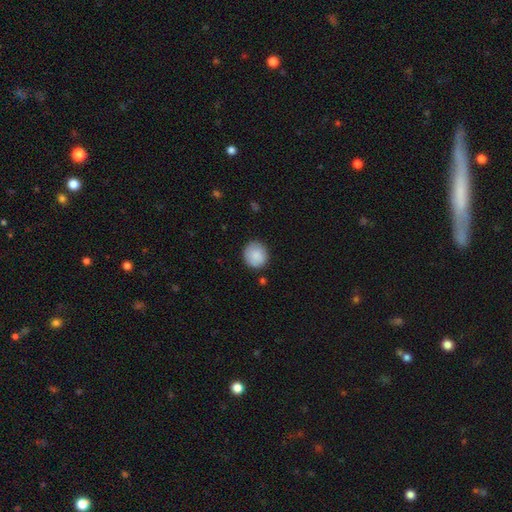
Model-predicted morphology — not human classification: smooth-or-featured: smooth: 88% | star or artifact: 7% | featured or disk: 5%
  how-rounded: round: 88% | in between: 11% | cigar-shaped: 1%
  merging: none: 84% | minor disturbance: 12% | major disturbance: 3% | merger: 2%